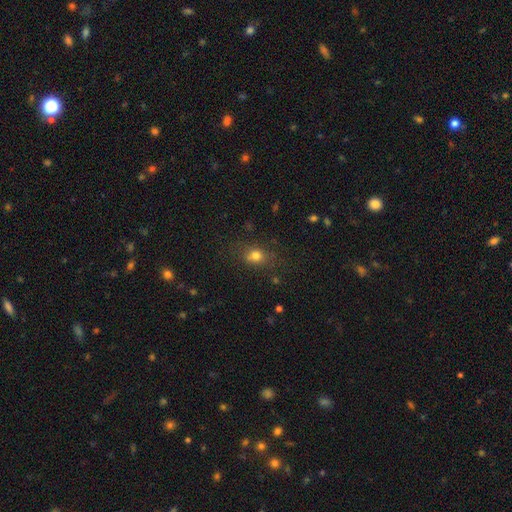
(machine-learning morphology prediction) Smooth or featured? smooth (74%)
How rounded? in between (49%)
Merging? none (73%)